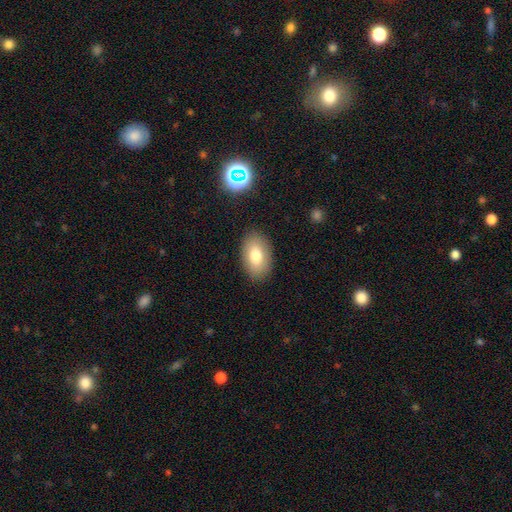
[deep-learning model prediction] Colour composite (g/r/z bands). It shows a smooth galaxy with no disk features (77%) that is in between round and cigar-shaped (91%). Merging: none (87%).